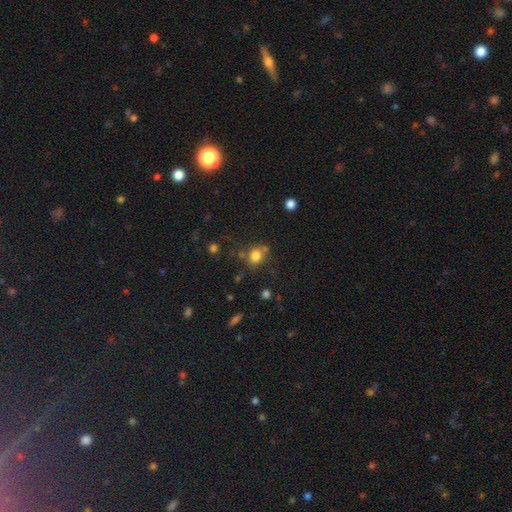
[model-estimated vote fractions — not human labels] This is likely a smooth galaxy (79%). How rounded: likely round (77%). Merging: likely none (66%).